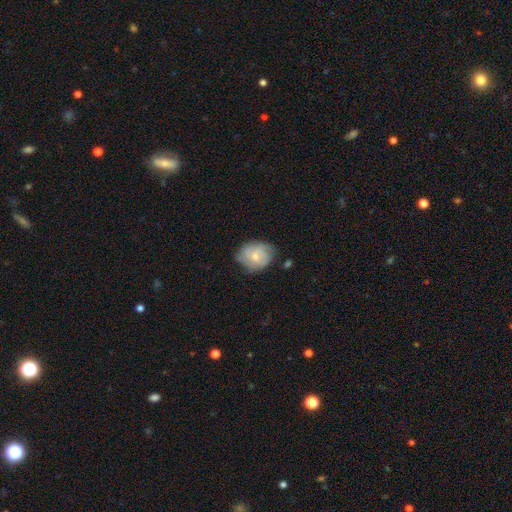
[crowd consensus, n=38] featured or disk 61%, smooth 32%, star or artifact 8%. Down the decision tree: edge-on disk — no (100%); bar — no (91%); spiral arms — yes (87%); spiral arm count — can't tell (40%); spiral winding — tight (50%); bulge size — moderate (48%, tied with small); merging — none (69%).